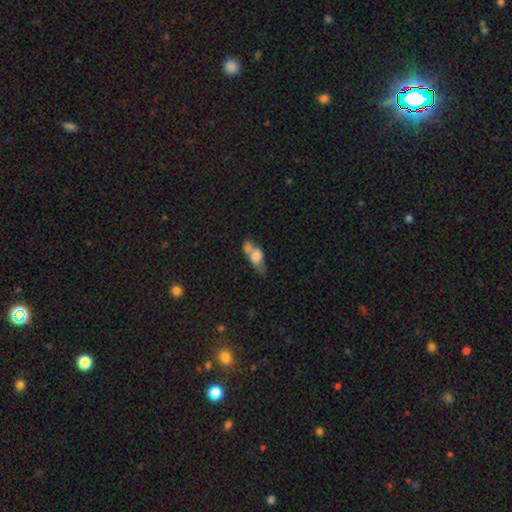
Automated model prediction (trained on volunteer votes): This appears to be a smooth galaxy with no disk features (62%) that is in between round and cigar-shaped (74%). Merging: merger (44%).